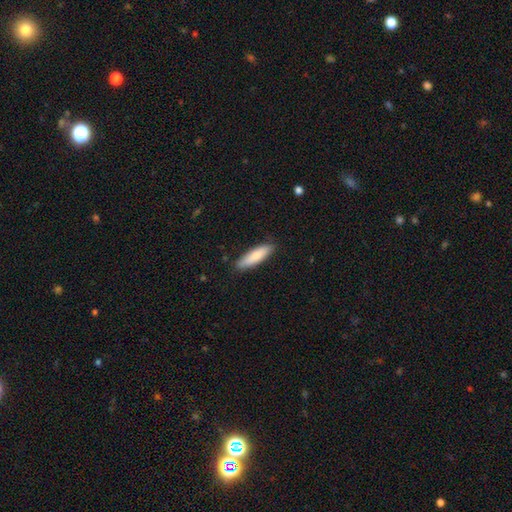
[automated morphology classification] This appears to be a smooth galaxy with no disk features (78%) that is cigar-shaped (62%). Merging: none (87%).